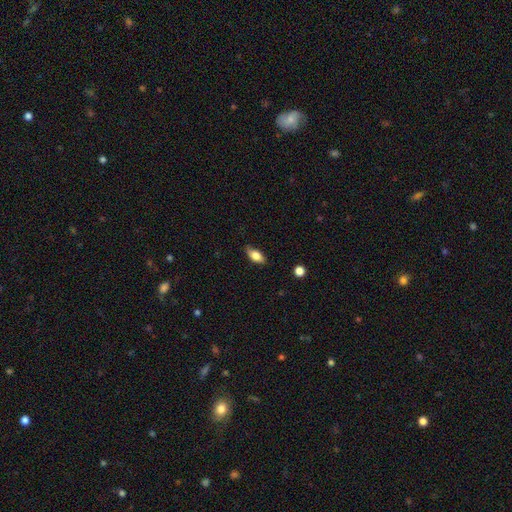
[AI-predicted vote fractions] Smooth or featured? smooth (78%)
How rounded? in between (87%)
Merging? none (77%)